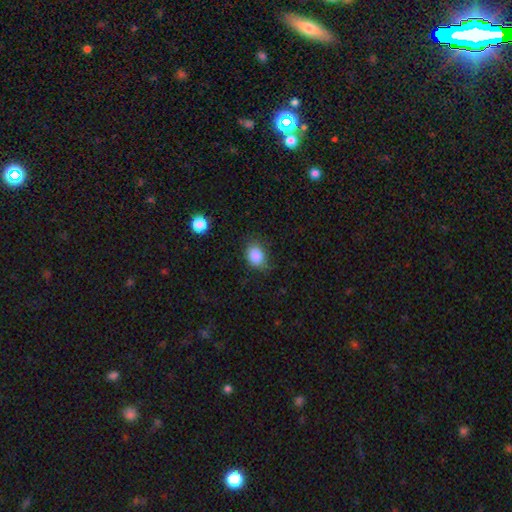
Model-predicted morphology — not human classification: Q: Smooth or featured?
A: smooth (86%); runner-up: star or artifact (9%)
Q: How rounded?
A: in between (62%); runner-up: round (37%)
Q: Merging?
A: none (70%); runner-up: minor disturbance (23%)